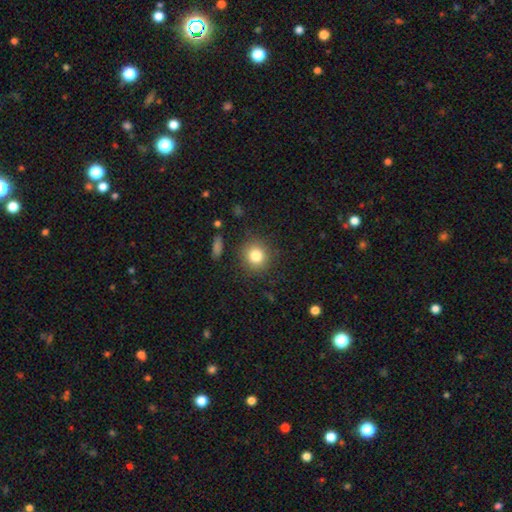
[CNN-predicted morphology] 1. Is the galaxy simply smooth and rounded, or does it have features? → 82% smooth, 10% star or artifact, 8% featured or disk.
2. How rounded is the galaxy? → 87% round, 12% in between, 1% cigar-shaped.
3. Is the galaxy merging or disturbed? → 86% none, 9% minor disturbance, 3% major disturbance, 2% merger.